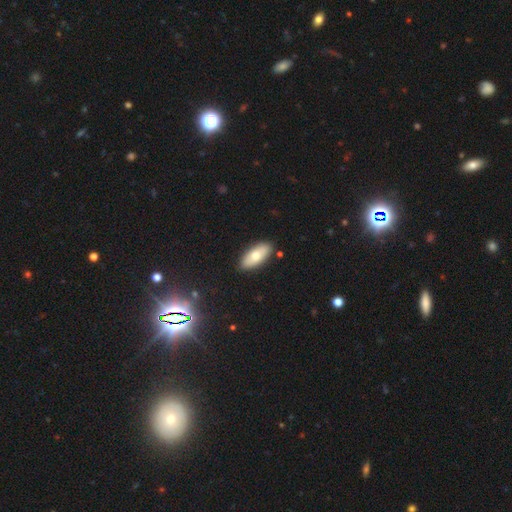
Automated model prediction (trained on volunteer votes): This is likely a smooth galaxy (71%). How rounded: clearly in between (86%). Merging: clearly none (88%).